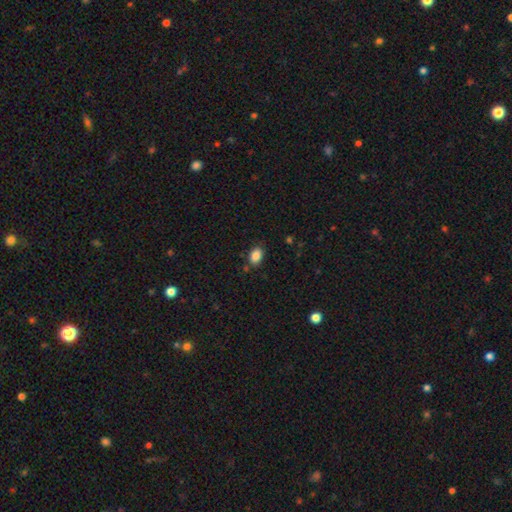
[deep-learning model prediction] A smooth galaxy with no disk features (87%) that is in between round and cigar-shaped (81%).

Vote fractions:
- Smooth or featured? smooth: 87% / star or artifact: 9% / featured or disk: 4%
- How rounded? in between: 81% / round: 18% / cigar-shaped: 1%
- Merging? none: 81% / minor disturbance: 13% / merger: 3% / major disturbance: 3%